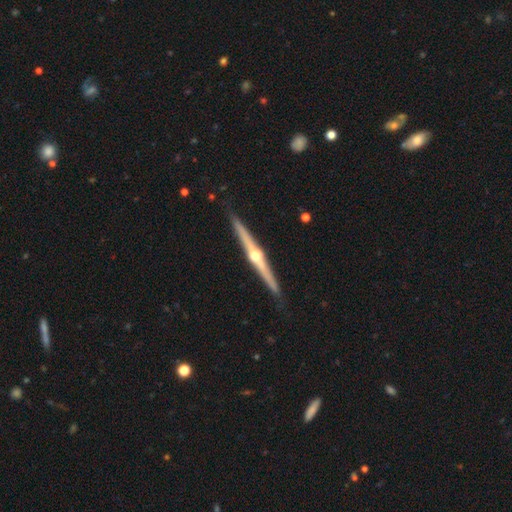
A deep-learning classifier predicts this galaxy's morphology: This appears to be a featured or disk galaxy (81%) viewed edge-on (98%) with a rounded central bulge (94%). Merging: none (90%).